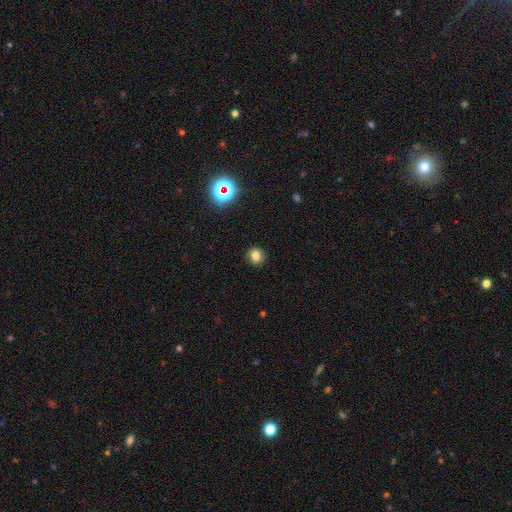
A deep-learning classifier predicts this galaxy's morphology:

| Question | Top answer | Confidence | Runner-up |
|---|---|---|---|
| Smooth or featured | smooth | 79% | star or artifact (15%) |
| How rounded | round | 81% | in between (18%) |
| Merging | none | 89% | minor disturbance (8%) |